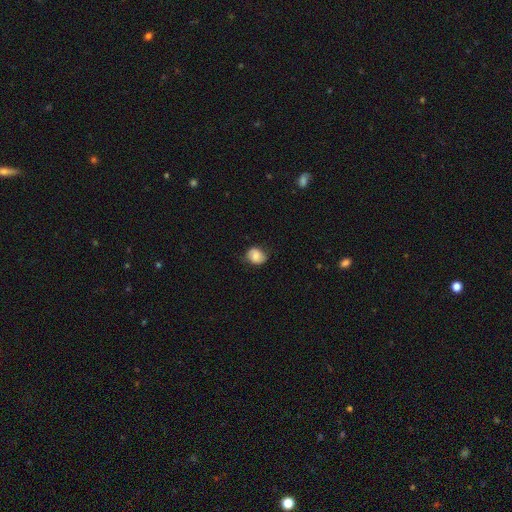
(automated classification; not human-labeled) Smooth or featured? smooth (73%)
How rounded? round (53%)
Merging? none (70%)